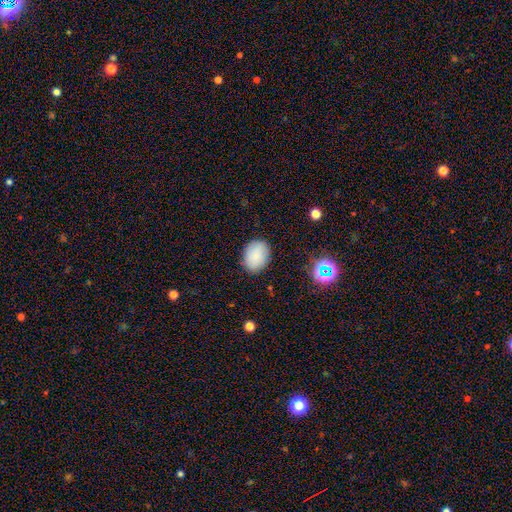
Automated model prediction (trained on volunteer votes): smooth 83%, star or artifact 9%, featured or disk 8%. Down the decision tree: how rounded — in between (69%); merging — none (85%).